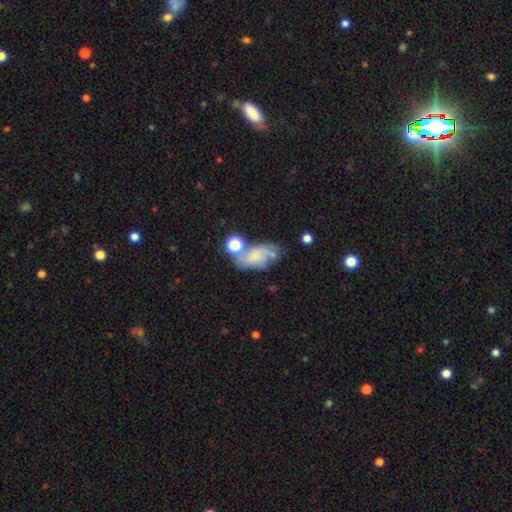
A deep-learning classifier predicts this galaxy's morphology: type=smooth (48%); merging=none (42%).